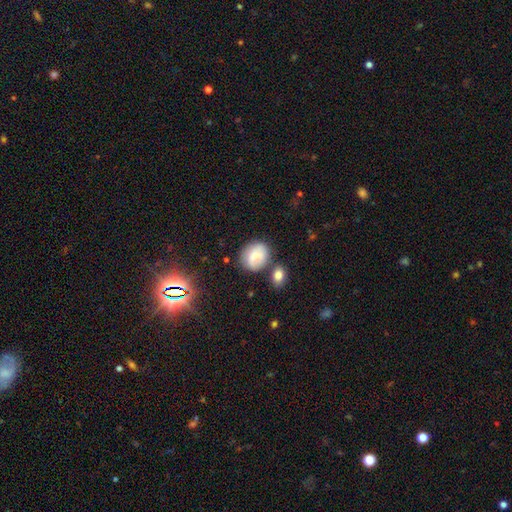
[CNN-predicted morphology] Q: Smooth or featured?
A: smooth (71%); runner-up: featured or disk (20%)
Q: How rounded?
A: round (57%); runner-up: in between (42%)
Q: Merging?
A: none (60%); runner-up: minor disturbance (20%)